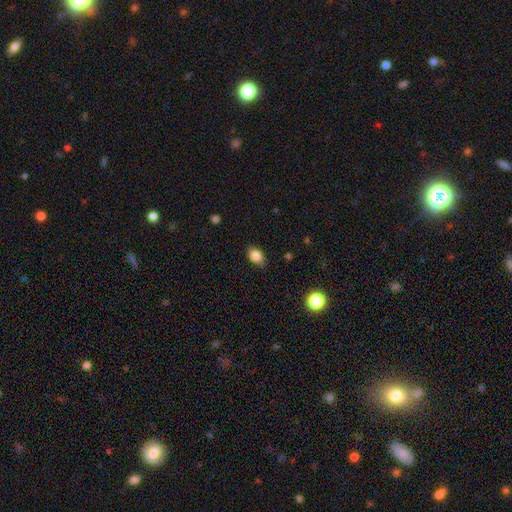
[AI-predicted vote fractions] Smooth or featured: smooth — 85% (star or artifact — 9%)
How rounded: in between — 82% (round — 16%)
Merging: none — 80% (minor disturbance — 16%)